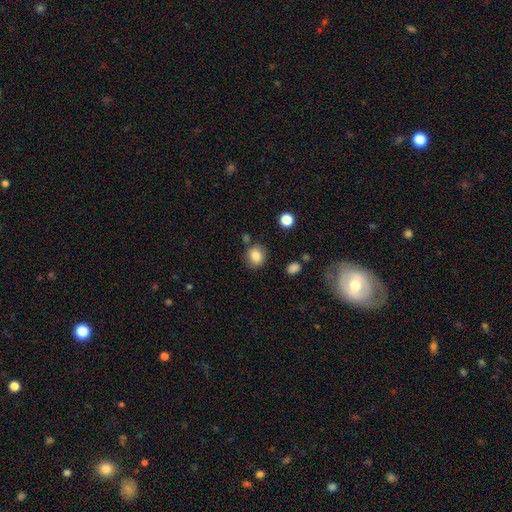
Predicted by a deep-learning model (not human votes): A smooth galaxy with no disk features (84%) that is round (72%).

Vote fractions:
- Smooth or featured? smooth: 84% / star or artifact: 10% / featured or disk: 6%
- How rounded? round: 72% / in between: 27% / cigar-shaped: 1%
- Merging? none: 80% / minor disturbance: 11% / merger: 6% / major disturbance: 3%